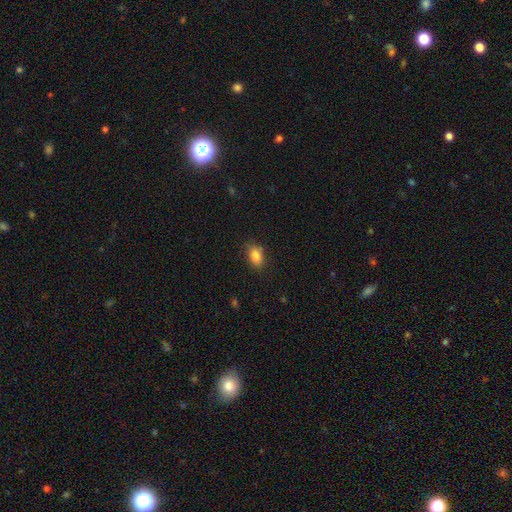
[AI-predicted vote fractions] Smooth or featured? smooth (85%)
How rounded? in between (83%)
Merging? none (80%)